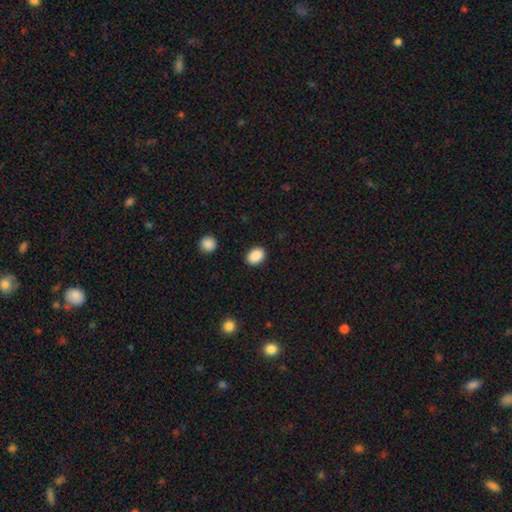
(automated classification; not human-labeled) smooth 89%, star or artifact 8%, featured or disk 3%. Down the decision tree: how rounded — in between (65%); merging — none (89%).